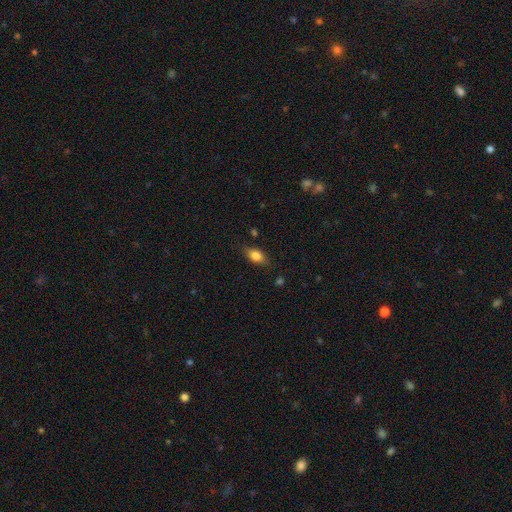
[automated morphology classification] smooth_or_featured: smooth (p=0.76) [alt: featured or disk p=0.16]
how_rounded: in between (p=0.82) [alt: cigar-shaped p=0.09]
merging: none (p=0.78) [alt: minor disturbance p=0.16]